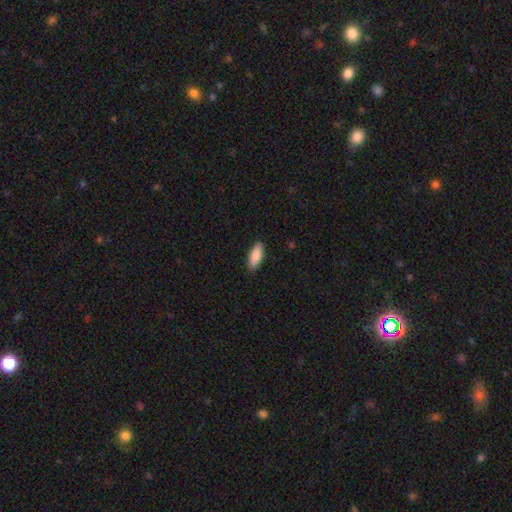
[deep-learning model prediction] This is clearly a smooth galaxy (89%). How rounded: likely in between (75%). Merging: clearly none (89%).